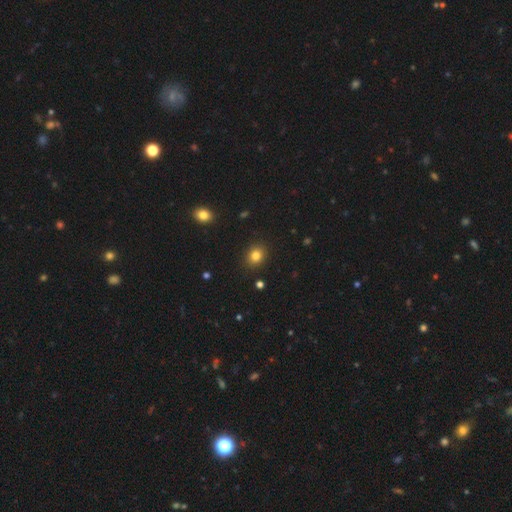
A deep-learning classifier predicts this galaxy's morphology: smooth-or-featured: smooth: 82% | star or artifact: 12% | featured or disk: 6%
  how-rounded: round: 63% | in between: 36% | cigar-shaped: 1%
  merging: none: 88% | minor disturbance: 8% | major disturbance: 2% | merger: 1%